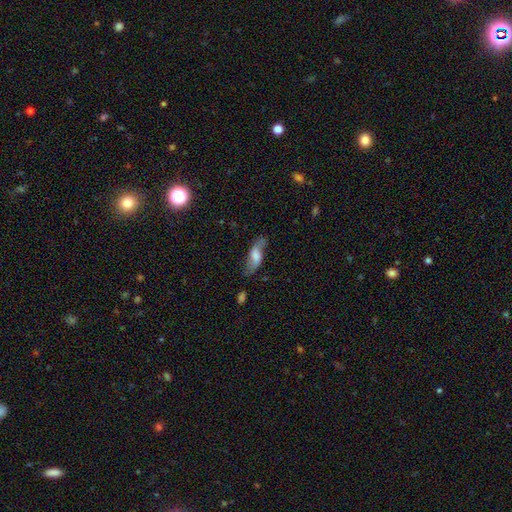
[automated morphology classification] type=featured or disk (49%); merging=none (63%).